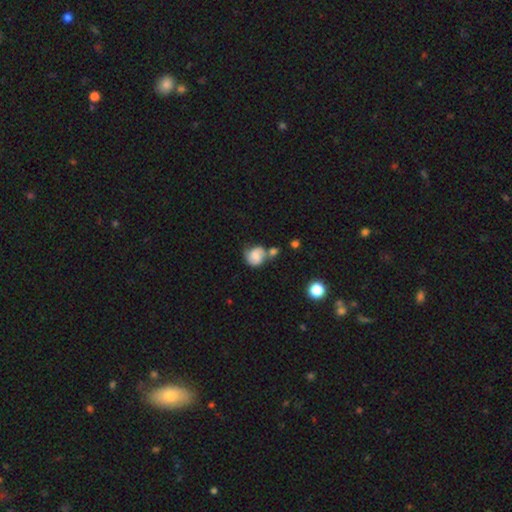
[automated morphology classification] Smooth or featured?
  - smooth: 52% *
  - featured or disk: 38%
  - star or artifact: 9%
How rounded?
  - round: 69% *
  - in between: 30%
  - cigar-shaped: 1%
Merging?
  - none: 37% *
  - merger: 30%
  - minor disturbance: 22%
  - major disturbance: 11%